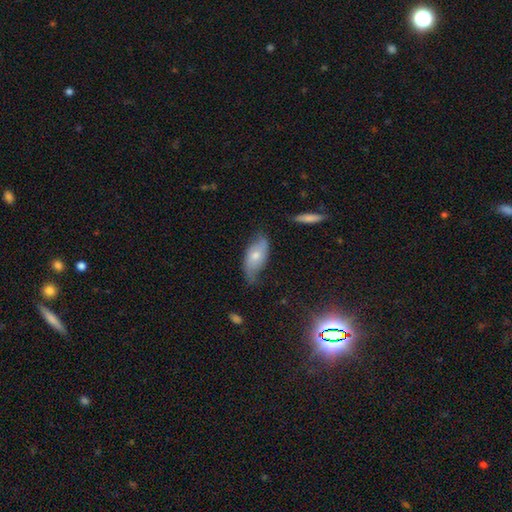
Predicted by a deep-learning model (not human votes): Overall: smooth (57%; featured or disk 37%). How rounded: in between (89%). Merging: none (53%; minor disturbance 36%).